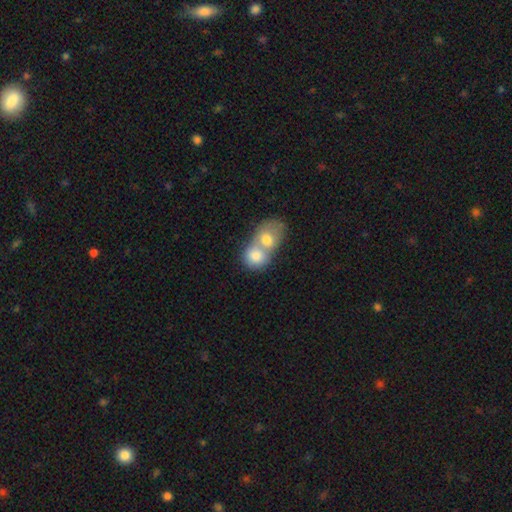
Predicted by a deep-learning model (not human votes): smooth_or_featured: smooth (p=0.74) [alt: featured or disk p=0.19]
how_rounded: round (p=0.54) [alt: in between p=0.45]
merging: merger (p=0.78) [alt: none p=0.15]